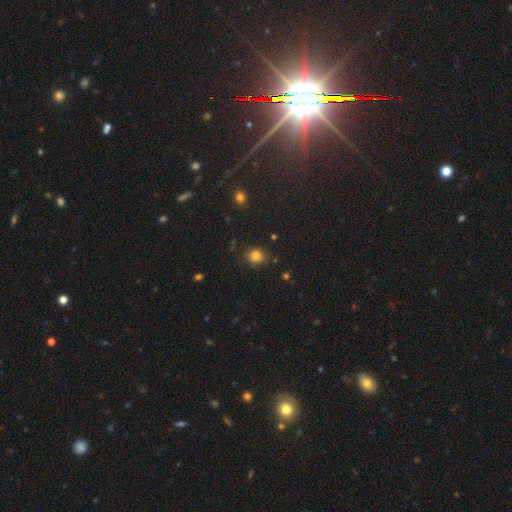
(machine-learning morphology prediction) smooth_or_featured: smooth (p=0.81) [alt: star or artifact p=0.14]
how_rounded: round (p=0.83) [alt: in between p=0.16]
merging: none (p=0.85) [alt: minor disturbance p=0.10]